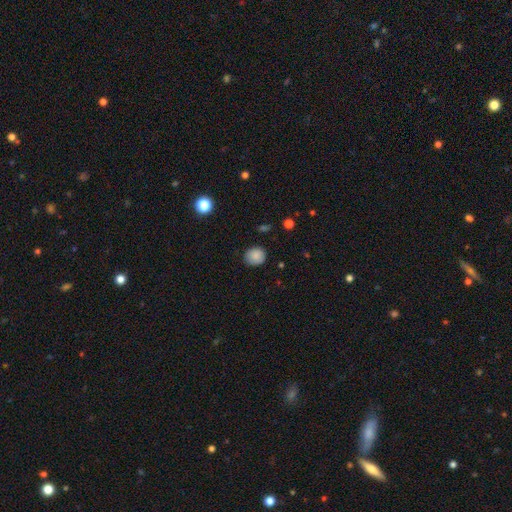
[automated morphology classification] A smooth galaxy with no disk features (85%) that is round (79%).

Vote fractions:
- Smooth or featured? smooth: 85% / star or artifact: 10% / featured or disk: 5%
- How rounded? round: 79% / in between: 20% / cigar-shaped: 1%
- Merging? none: 82% / minor disturbance: 14% / major disturbance: 3% / merger: 1%